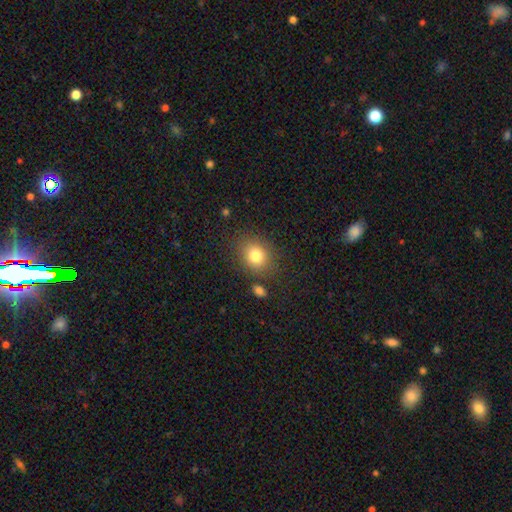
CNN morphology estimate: Q: Smooth or featured?
A: smooth (80%); runner-up: star or artifact (11%)
Q: How rounded?
A: round (66%); runner-up: in between (33%)
Q: Merging?
A: none (80%); runner-up: minor disturbance (11%)